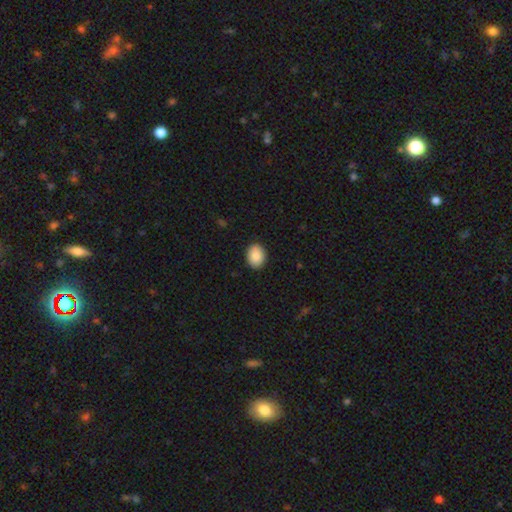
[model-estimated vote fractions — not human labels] Morphology: type=smooth (89%); roundness=in between (62%); merging=none (89%).